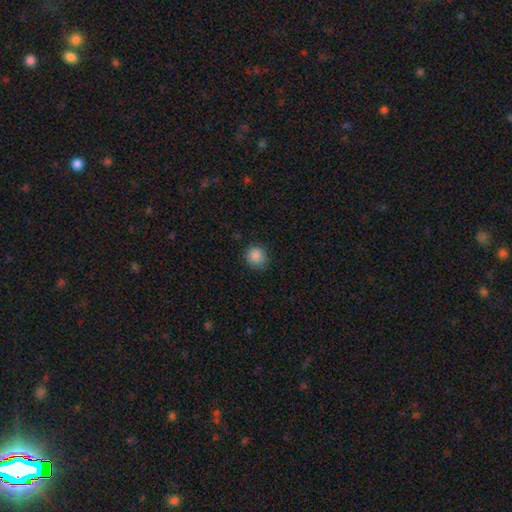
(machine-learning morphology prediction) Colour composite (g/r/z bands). It shows a smooth galaxy with no disk features (87%) that is round (87%). Merging: none (84%).